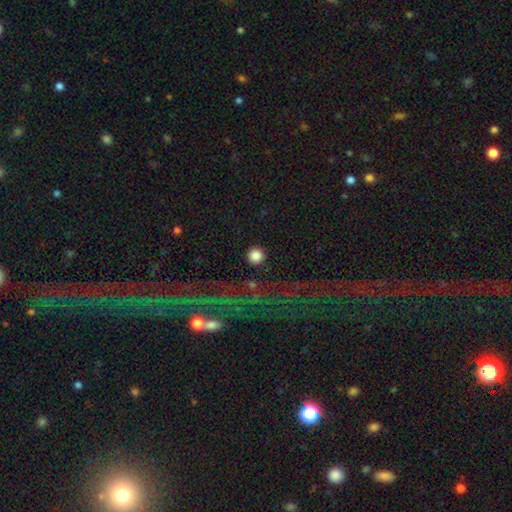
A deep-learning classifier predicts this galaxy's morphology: smooth 82%, star or artifact 12%, featured or disk 5%. Down the decision tree: how rounded — round (96%); merging — none (90%).